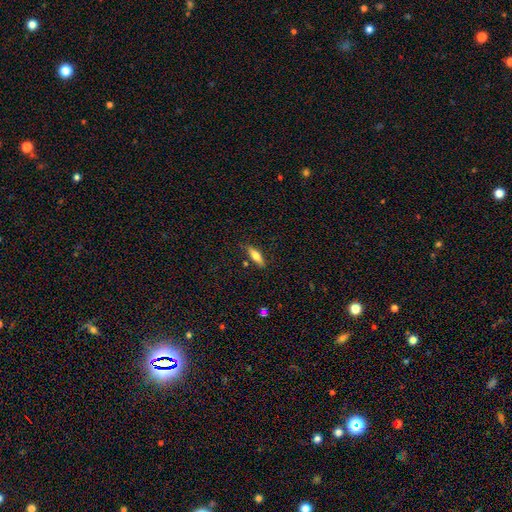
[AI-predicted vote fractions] Morphology: type=smooth (65%); roundness=cigar-shaped (51%); merging=none (81%).